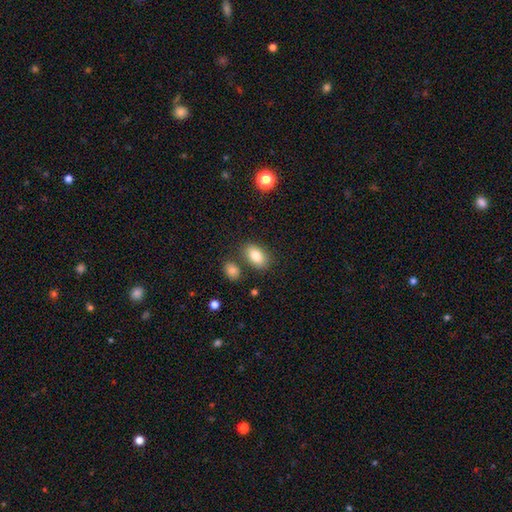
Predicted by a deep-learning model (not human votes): This is clearly a smooth galaxy (84%). How rounded: clearly in between (91%). Merging: likely none (76%).